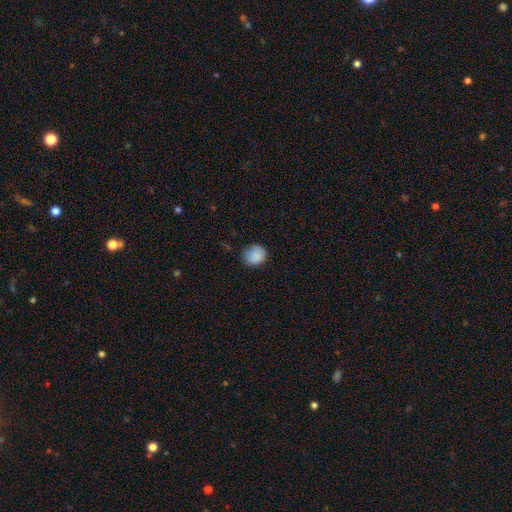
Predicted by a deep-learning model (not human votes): A smooth galaxy with no disk features (87%) that is round (81%).

Vote fractions:
- Smooth or featured? smooth: 87% / star or artifact: 8% / featured or disk: 5%
- How rounded? round: 81% / in between: 18% / cigar-shaped: 1%
- Merging? none: 76% / minor disturbance: 19% / major disturbance: 3% / merger: 1%